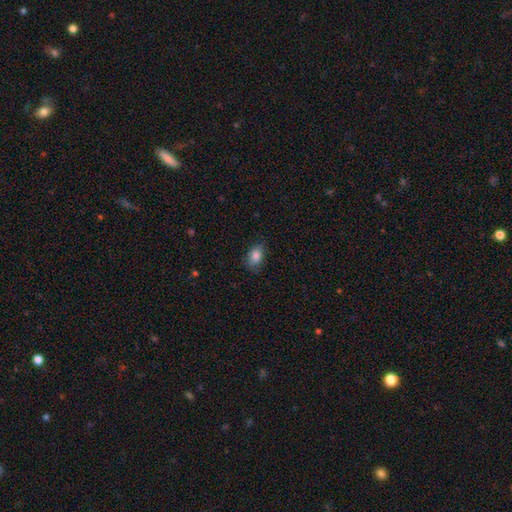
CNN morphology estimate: Smooth or featured? smooth (85%)
How rounded? in between (87%)
Merging? none (76%)